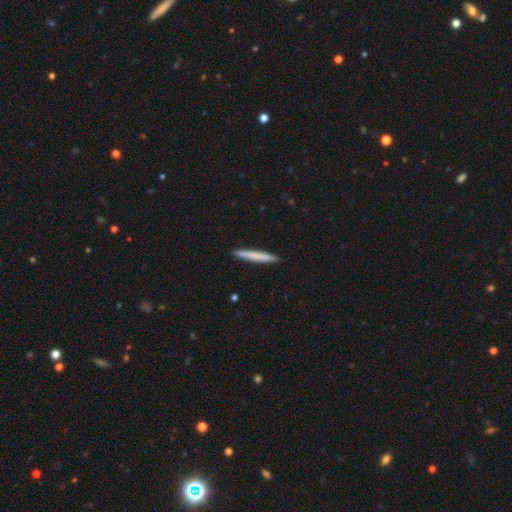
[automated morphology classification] Smooth or featured? Predicted: smooth (p=0.72). How rounded? Predicted: cigar-shaped (p=0.96). Merging? Predicted: none (p=0.92).